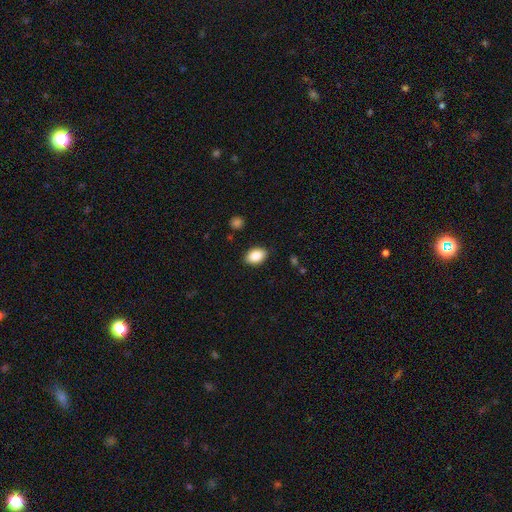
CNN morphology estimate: smooth-or-featured: smooth: 87% | star or artifact: 7% | featured or disk: 5%
  how-rounded: in between: 87% | round: 11% | cigar-shaped: 1%
  merging: none: 87% | minor disturbance: 10% | major disturbance: 2% | merger: 1%